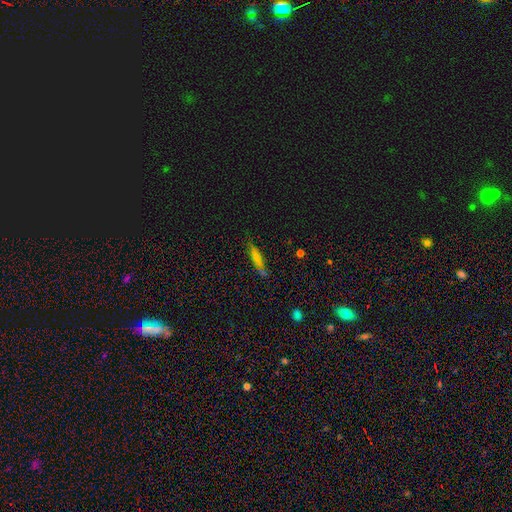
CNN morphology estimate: type=smooth (60%); roundness=cigar-shaped (88%); merging=none (74%).